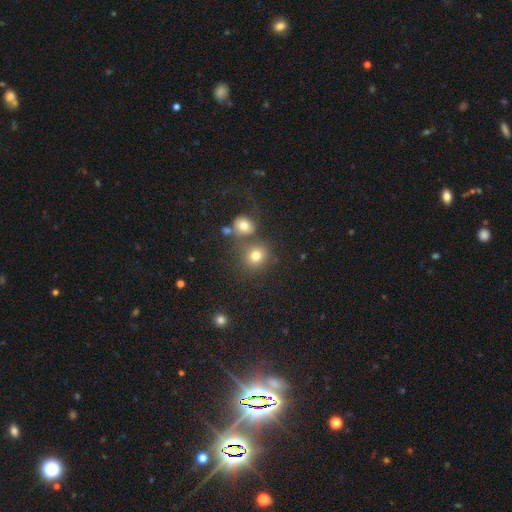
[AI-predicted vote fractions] smooth 76%, star or artifact 15%, featured or disk 9%. Down the decision tree: how rounded — round (85%); merging — none (61%).